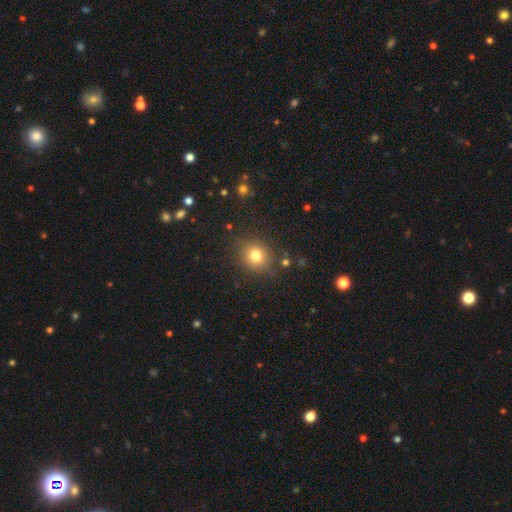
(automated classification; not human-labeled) Q: Smooth or featured?
A: smooth (79%); runner-up: star or artifact (14%)
Q: How rounded?
A: round (82%); runner-up: in between (17%)
Q: Merging?
A: none (84%); runner-up: minor disturbance (10%)